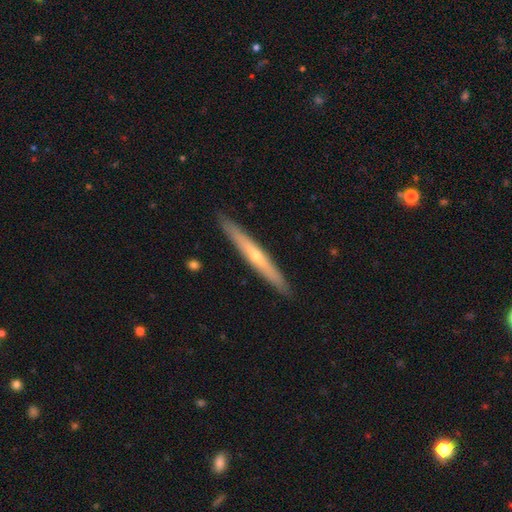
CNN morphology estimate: Overall: featured or disk (65%; smooth 28%). Edge-on disk: yes (96%). Edge-on bulge: rounded (70%). Merging: none (91%).